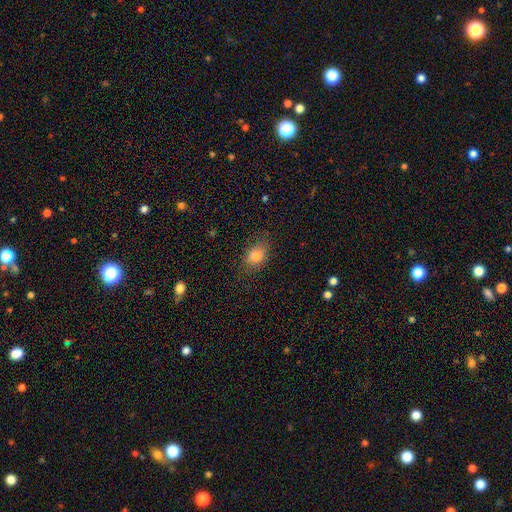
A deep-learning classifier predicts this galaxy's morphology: A smooth galaxy with no disk features (82%) that is in between round and cigar-shaped (76%). Merging: none (76%).